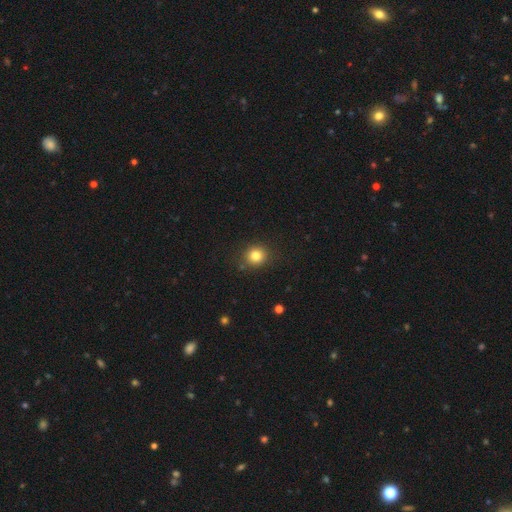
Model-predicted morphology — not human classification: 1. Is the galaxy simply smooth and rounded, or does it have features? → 82% smooth, 12% star or artifact, 6% featured or disk.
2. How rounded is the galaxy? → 86% round, 13% in between, 1% cigar-shaped.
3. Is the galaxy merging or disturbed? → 86% none, 9% minor disturbance, 3% major disturbance, 2% merger.